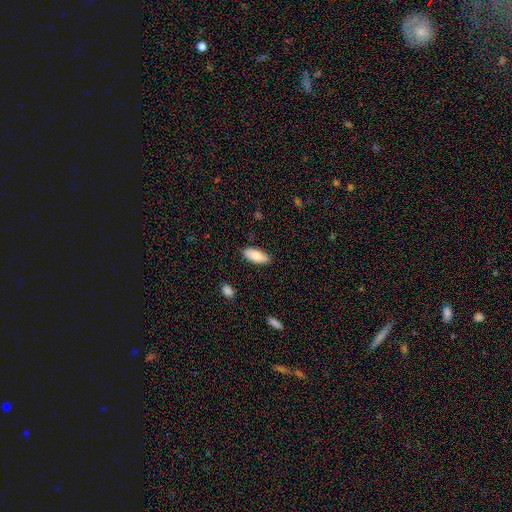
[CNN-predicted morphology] This is clearly a smooth galaxy (83%). How rounded: clearly in between (83%). Merging: clearly none (86%).